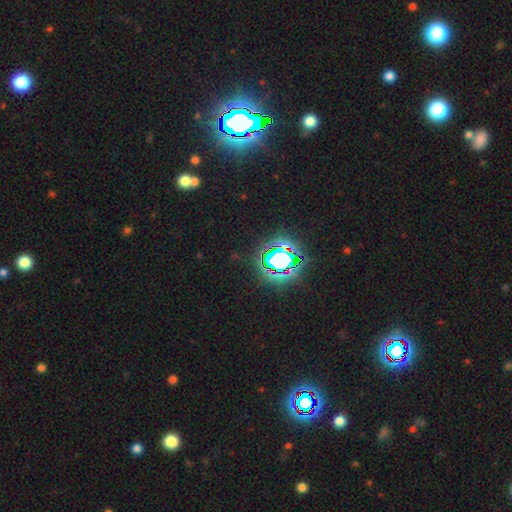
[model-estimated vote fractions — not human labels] smooth_or_featured: star or artifact (p=0.82) [alt: smooth p=0.11]